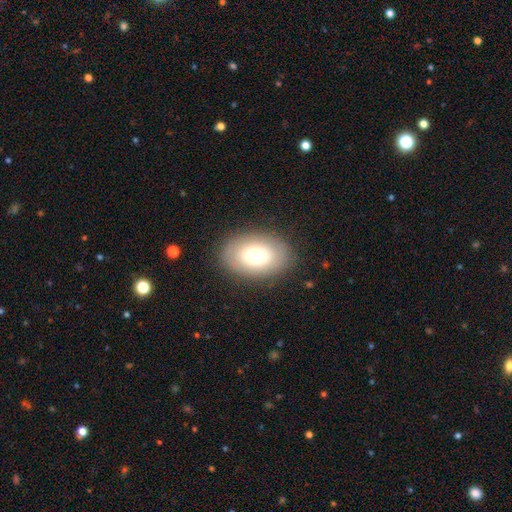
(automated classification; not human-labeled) Smooth or featured? Predicted: smooth (p=0.72). How rounded? Predicted: in between (p=0.84). Merging? Predicted: none (p=0.86).